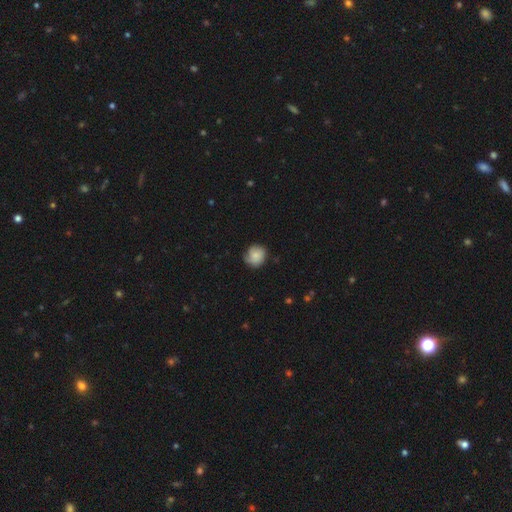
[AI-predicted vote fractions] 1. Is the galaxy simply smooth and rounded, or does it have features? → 69% smooth, 24% featured or disk, 8% star or artifact.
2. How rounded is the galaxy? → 83% round, 16% in between, 1% cigar-shaped.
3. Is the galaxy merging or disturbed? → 66% none, 26% minor disturbance, 8% major disturbance, 1% merger.